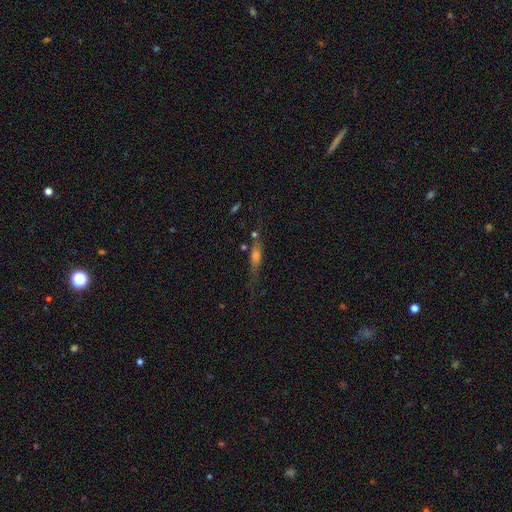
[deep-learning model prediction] A featured or disk galaxy (49%).

Vote fractions:
- Smooth or featured? featured or disk: 49% / smooth: 36% / star or artifact: 15%
- Merging? none: 63% / minor disturbance: 20% / major disturbance: 10% / merger: 7%